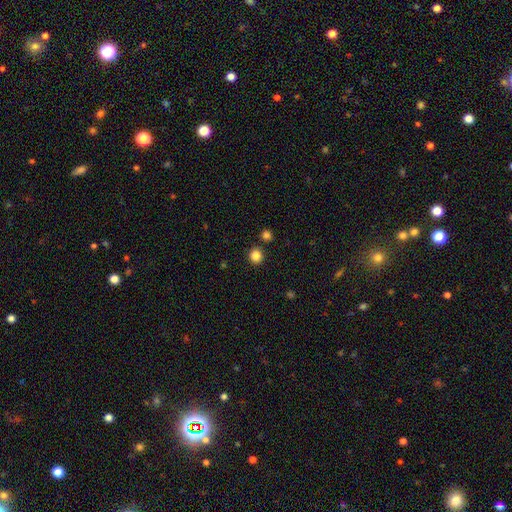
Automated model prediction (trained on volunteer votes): smooth 84%, star or artifact 12%, featured or disk 4%. Down the decision tree: how rounded — round (90%); merging — none (87%).